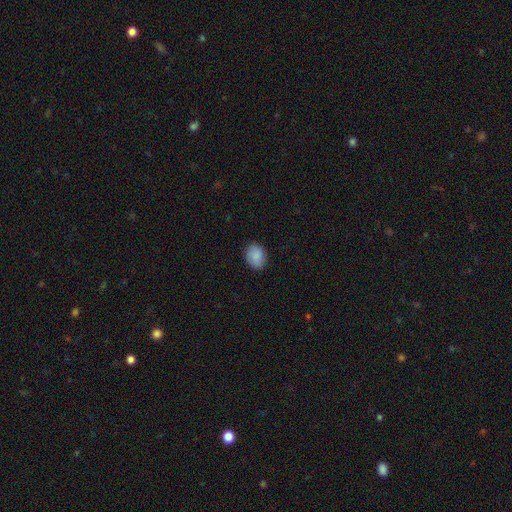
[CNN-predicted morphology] Smooth or featured: smooth — 88% (star or artifact — 7%)
How rounded: in between — 56% (round — 43%)
Merging: none — 86% (minor disturbance — 11%)